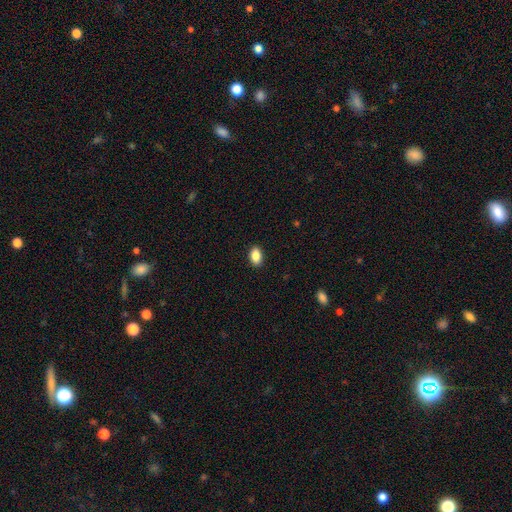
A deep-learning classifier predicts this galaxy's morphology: This is clearly a smooth galaxy (88%). How rounded: clearly in between (87%). Merging: clearly none (90%).